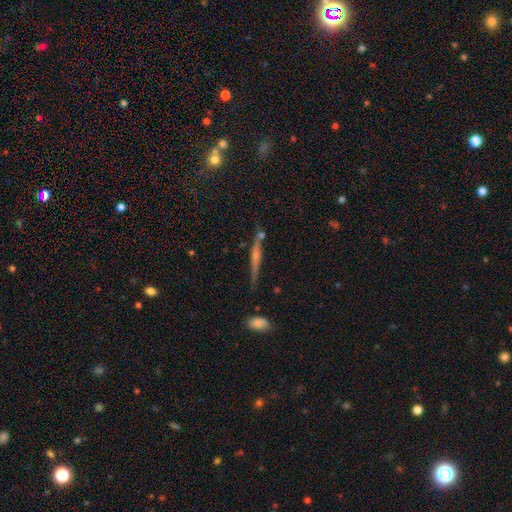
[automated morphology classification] Q: Smooth or featured?
A: featured or disk (71%); runner-up: smooth (20%)
Q: Edge-on disk?
A: yes (97%); runner-up: no (3%)
Q: Edge-on bulge?
A: rounded (74%); runner-up: none (17%)
Q: Merging?
A: none (80%); runner-up: minor disturbance (12%)